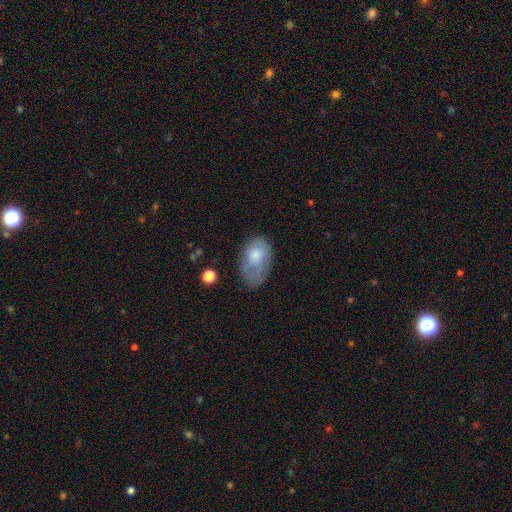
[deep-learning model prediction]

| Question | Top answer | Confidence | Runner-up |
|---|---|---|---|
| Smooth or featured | smooth | 67% | featured or disk (26%) |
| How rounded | in between | 88% | round (11%) |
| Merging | none | 42% | minor disturbance (33%) |